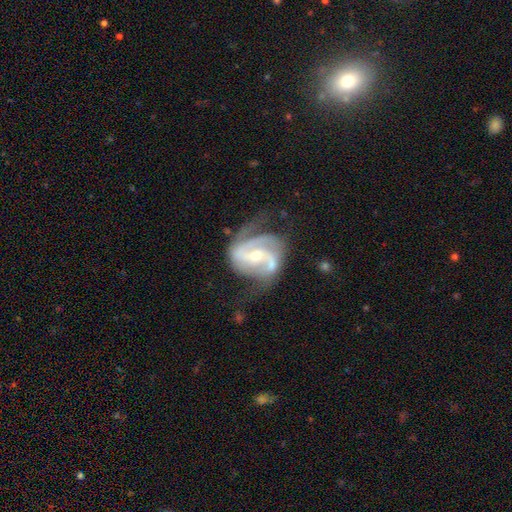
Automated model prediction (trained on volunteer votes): featured or disk 89%, smooth 6%, star or artifact 5%. Down the decision tree: edge-on disk — no (98%); bar — weak (38%); spiral arms — yes (97%); spiral arm count — 2 (69%); spiral winding — medium (51%); bulge size — small (49%); merging — none (50%).